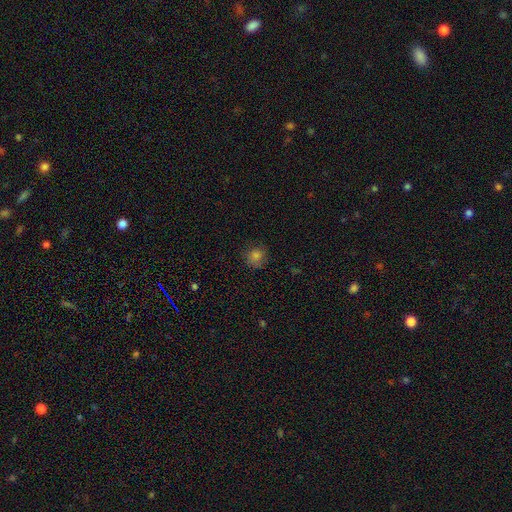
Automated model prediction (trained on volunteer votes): A smooth galaxy with no disk features (80%) that is round (86%).

Vote fractions:
- Smooth or featured? smooth: 80% / star or artifact: 14% / featured or disk: 6%
- How rounded? round: 86% / in between: 13% / cigar-shaped: 1%
- Merging? none: 78% / minor disturbance: 16% / major disturbance: 4% / merger: 1%